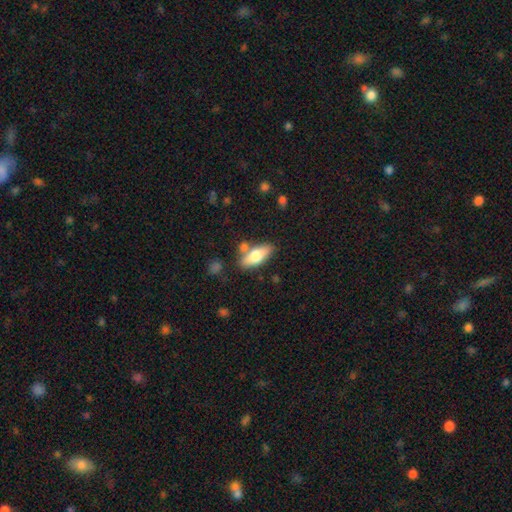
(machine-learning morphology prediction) A smooth galaxy with no disk features (67%) that is in between round and cigar-shaped (75%). Merging: none (71%).